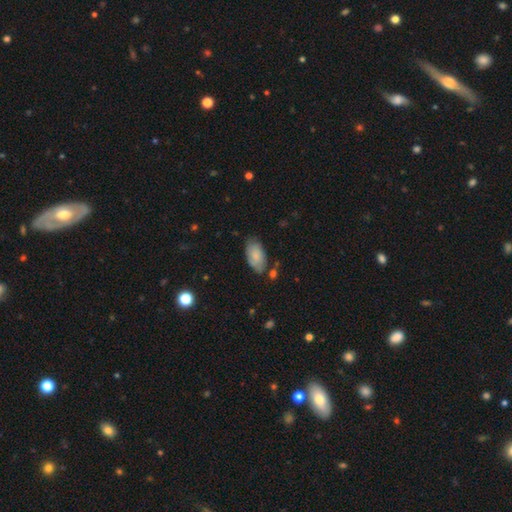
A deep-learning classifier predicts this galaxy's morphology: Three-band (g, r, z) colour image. It shows a smooth galaxy with no disk features (77%) that is in between round and cigar-shaped (94%). Merging: none (67%).